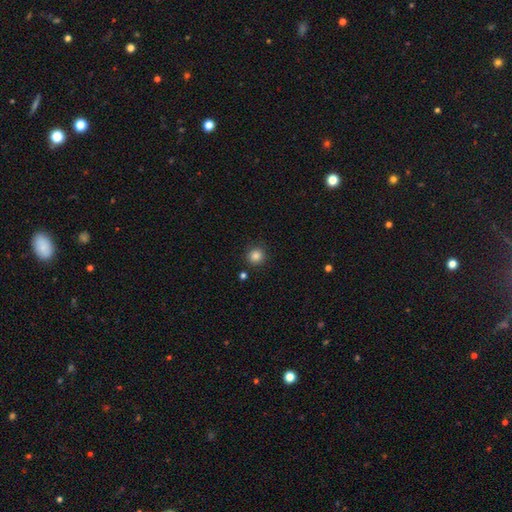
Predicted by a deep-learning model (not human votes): Smooth or featured? smooth (85%)
How rounded? round (93%)
Merging? none (88%)